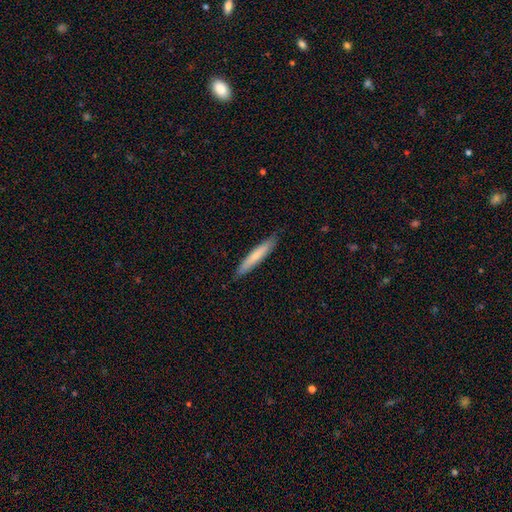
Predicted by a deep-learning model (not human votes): smooth_or_featured: smooth (p=0.69) [alt: featured or disk p=0.25]
how_rounded: cigar-shaped (p=0.94) [alt: in between p=0.05]
merging: none (p=0.87) [alt: minor disturbance p=0.10]